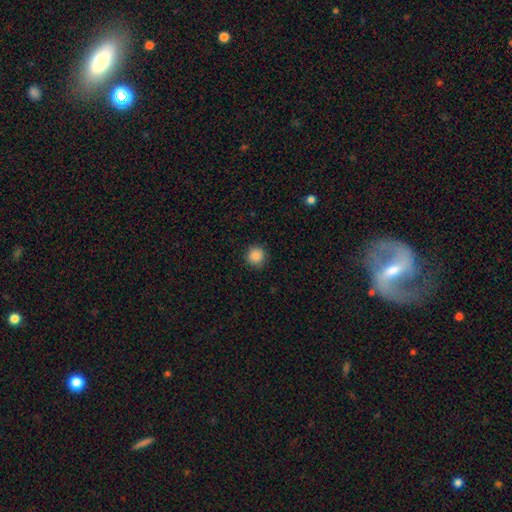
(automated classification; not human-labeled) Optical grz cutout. It shows a smooth galaxy with no disk features (87%) that is round (94%). Merging: none (90%).